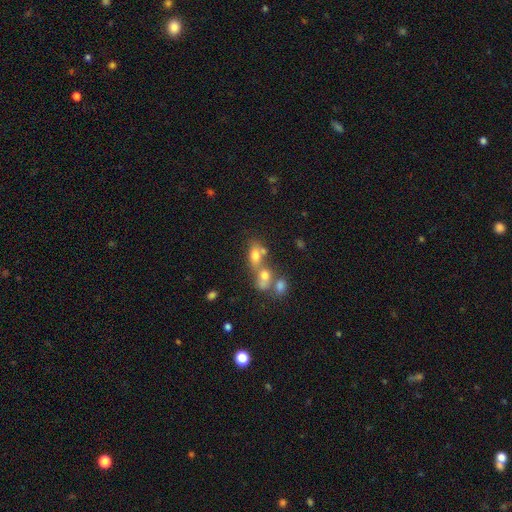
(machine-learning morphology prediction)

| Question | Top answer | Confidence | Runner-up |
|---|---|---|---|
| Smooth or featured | smooth | 59% | featured or disk (23%) |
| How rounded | in between | 63% | round (31%) |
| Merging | merger | 57% | none (28%) |